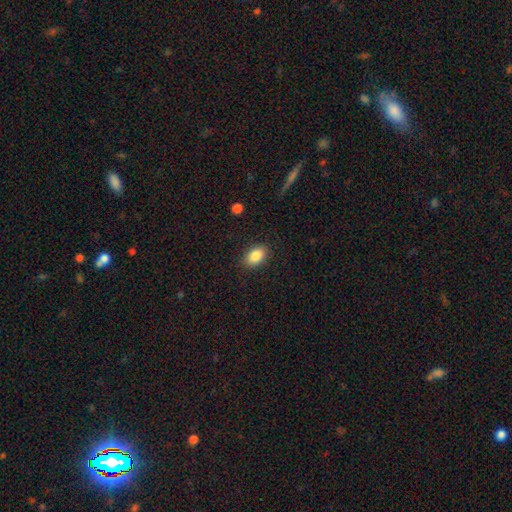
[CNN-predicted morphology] smooth 86%, star or artifact 8%, featured or disk 6%. Down the decision tree: how rounded — in between (88%); merging — none (87%).